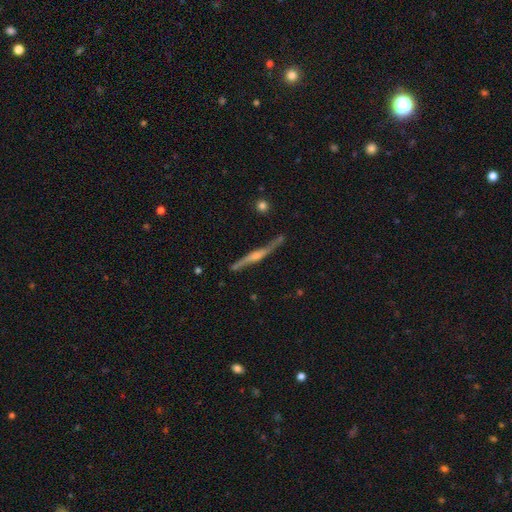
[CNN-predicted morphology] smooth-or-featured: featured or disk: 80% | smooth: 14% | star or artifact: 6%
  disk-edge-on: yes: 94% | no: 6%
    edge-on-bulge: rounded: 74% | none: 14% | boxy: 13%
  merging: none: 74% | minor disturbance: 18% | major disturbance: 4% | merger: 4%